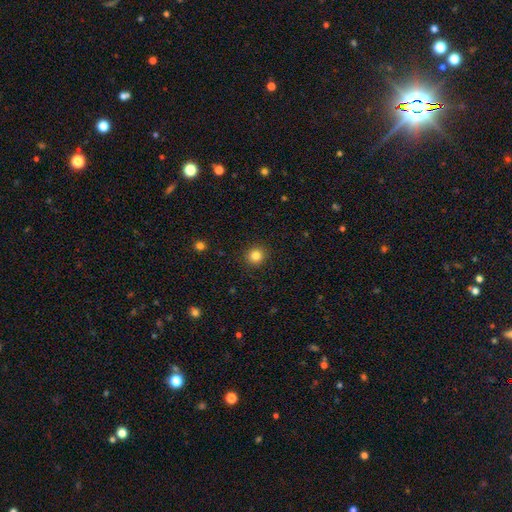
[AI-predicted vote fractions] Smooth or featured? Predicted: smooth (p=0.83). How rounded? Predicted: round (p=0.91). Merging? Predicted: none (p=0.91).